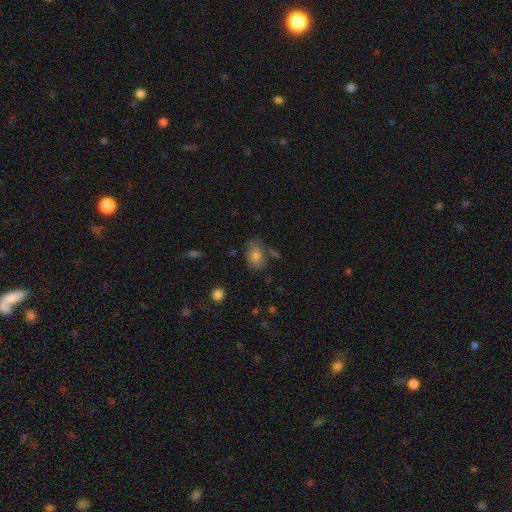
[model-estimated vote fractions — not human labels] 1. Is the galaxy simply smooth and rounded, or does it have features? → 76% smooth, 14% featured or disk, 10% star or artifact.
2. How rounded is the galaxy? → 78% in between, 21% round, 2% cigar-shaped.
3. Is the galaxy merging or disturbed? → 67% none, 20% minor disturbance, 7% merger, 6% major disturbance.